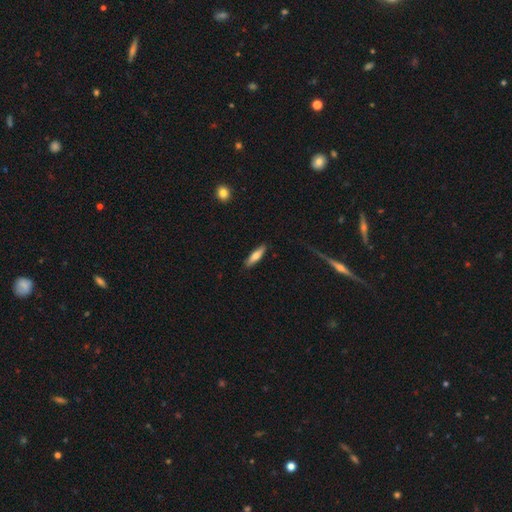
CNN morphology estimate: This is likely a smooth galaxy (70%). How rounded: likely cigar-shaped (66%). Merging: clearly none (88%).